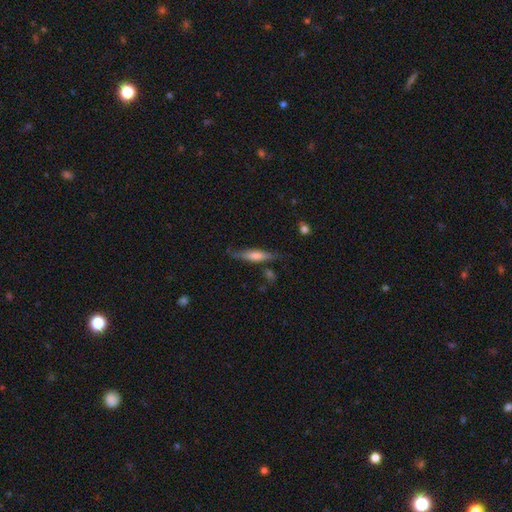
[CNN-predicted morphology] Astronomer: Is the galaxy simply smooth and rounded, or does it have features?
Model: featured or disk — 49% (runner-up: smooth, 44%).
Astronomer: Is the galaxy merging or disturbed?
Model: none — 74%.